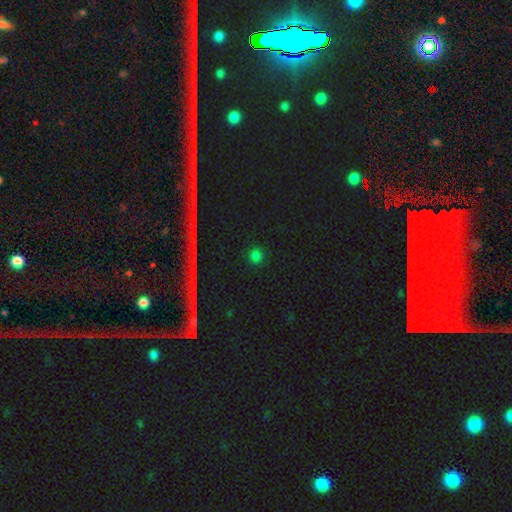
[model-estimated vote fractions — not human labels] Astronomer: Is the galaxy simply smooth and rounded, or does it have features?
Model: smooth — 72%.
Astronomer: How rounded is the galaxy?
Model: round — 94%.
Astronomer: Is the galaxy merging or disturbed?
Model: none — 91%.